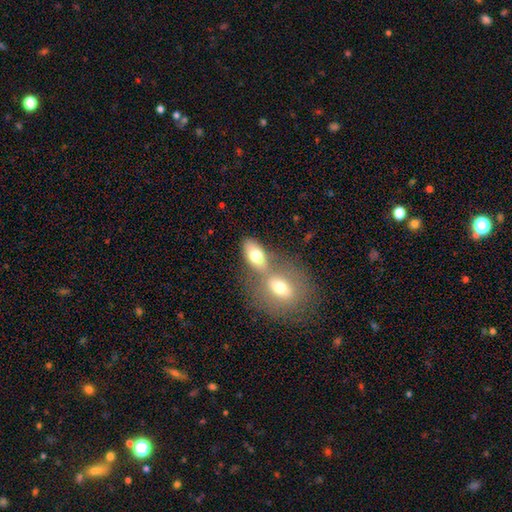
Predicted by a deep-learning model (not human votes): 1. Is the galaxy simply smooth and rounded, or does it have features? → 73% smooth, 18% featured or disk, 9% star or artifact.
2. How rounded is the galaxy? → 83% in between, 13% round, 4% cigar-shaped.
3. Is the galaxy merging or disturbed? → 46% merger, 39% none, 10% minor disturbance, 5% major disturbance.